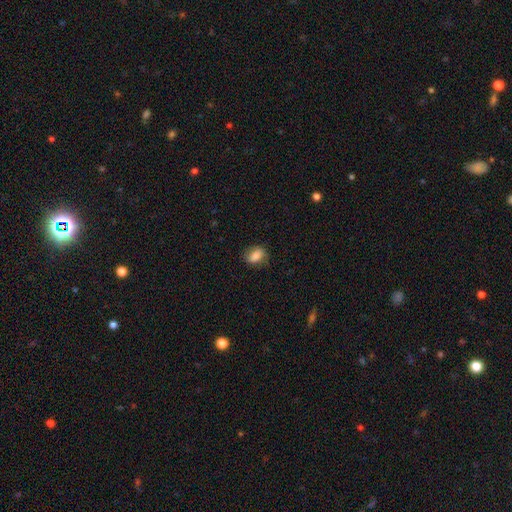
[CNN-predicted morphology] smooth 80%, featured or disk 12%, star or artifact 8%. Down the decision tree: how rounded — in between (72%); merging — none (78%).